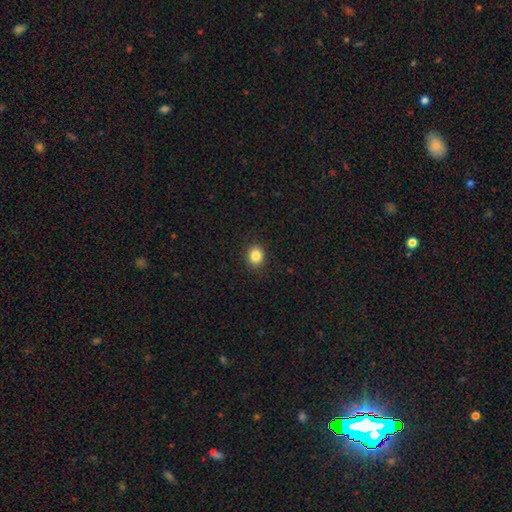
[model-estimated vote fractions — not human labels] Overall: smooth (85%). How rounded: round (74%). Merging: none (91%).